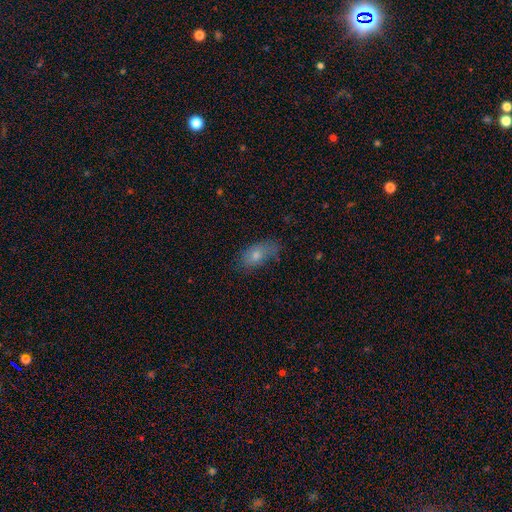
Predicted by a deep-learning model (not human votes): Smooth or featured? smooth (68%)
How rounded? in between (85%)
Merging? none (63%)